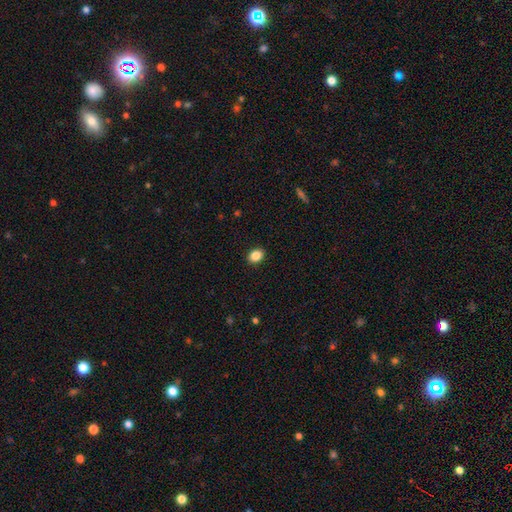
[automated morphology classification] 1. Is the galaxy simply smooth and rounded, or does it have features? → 87% smooth, 9% star or artifact, 4% featured or disk.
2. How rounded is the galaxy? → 65% in between, 34% round, 1% cigar-shaped.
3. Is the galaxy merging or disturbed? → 91% none, 7% minor disturbance, 2% major disturbance, 1% merger.